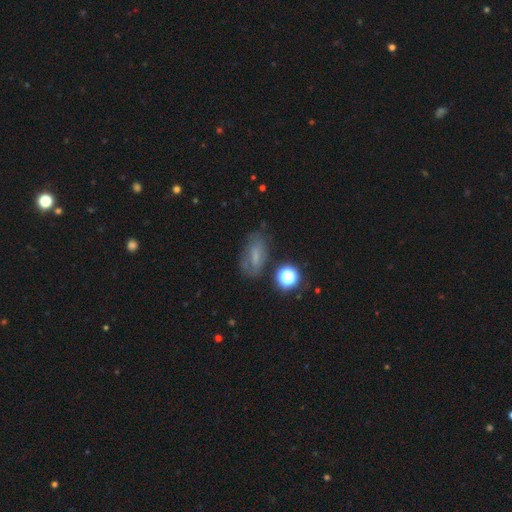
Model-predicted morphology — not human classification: smooth-or-featured: smooth: 47% | featured or disk: 34% | star or artifact: 18%
  merging: none: 64% | minor disturbance: 21% | major disturbance: 11% | merger: 4%